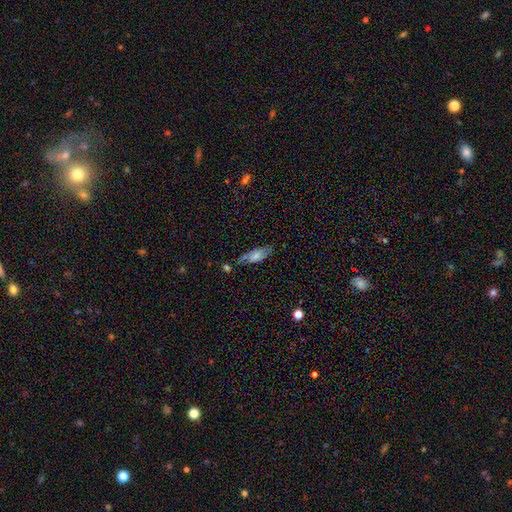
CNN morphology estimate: smooth-or-featured: smooth: 56% | featured or disk: 35% | star or artifact: 9%
  how-rounded: in between: 71% | cigar-shaped: 26% | round: 3%
  merging: none: 58% | minor disturbance: 27% | major disturbance: 10% | merger: 6%